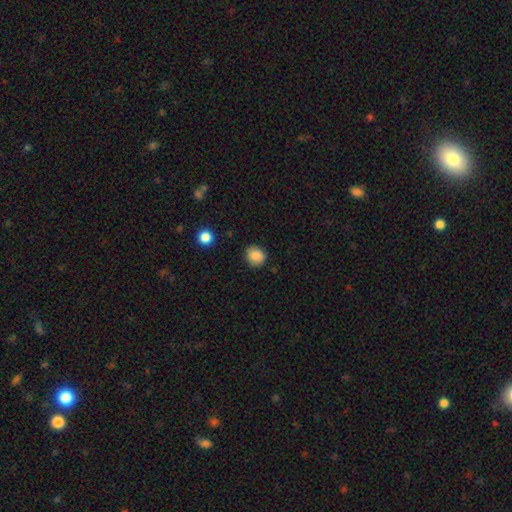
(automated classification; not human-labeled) Q: Smooth or featured?
A: smooth (85%); runner-up: star or artifact (9%)
Q: How rounded?
A: round (82%); runner-up: in between (18%)
Q: Merging?
A: none (84%); runner-up: minor disturbance (12%)